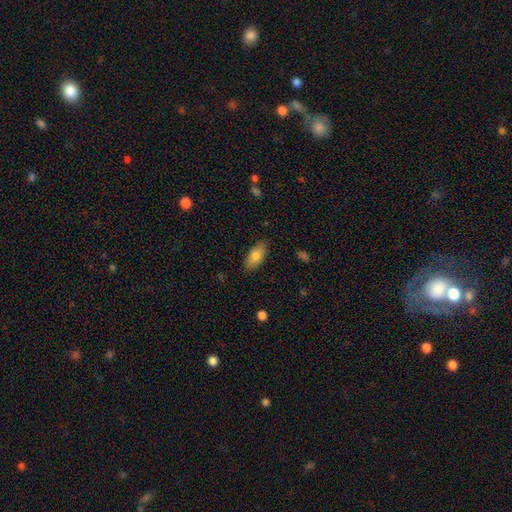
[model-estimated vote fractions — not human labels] Smooth or featured?
  - smooth: 79% *
  - featured or disk: 14%
  - star or artifact: 7%
How rounded?
  - in between: 91% *
  - cigar-shaped: 6%
  - round: 3%
Merging?
  - none: 86% *
  - minor disturbance: 10%
  - major disturbance: 2%
  - merger: 1%